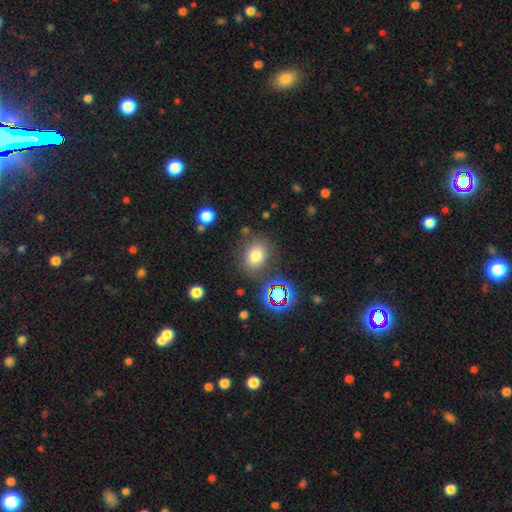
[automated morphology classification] smooth 74%, star or artifact 17%, featured or disk 9%. Down the decision tree: how rounded — round (58%); merging — none (78%).